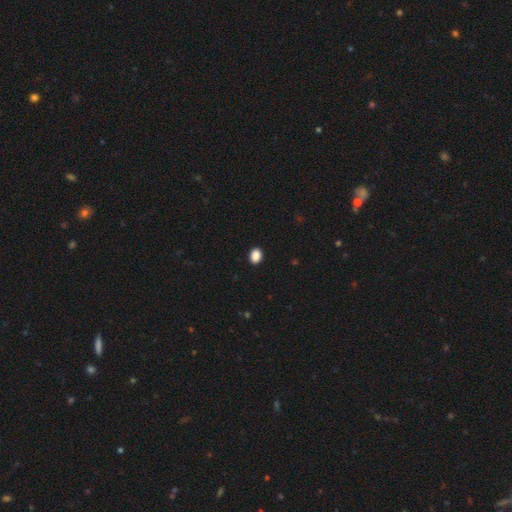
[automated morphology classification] Smooth or featured? smooth (89%)
How rounded? in between (71%)
Merging? none (91%)